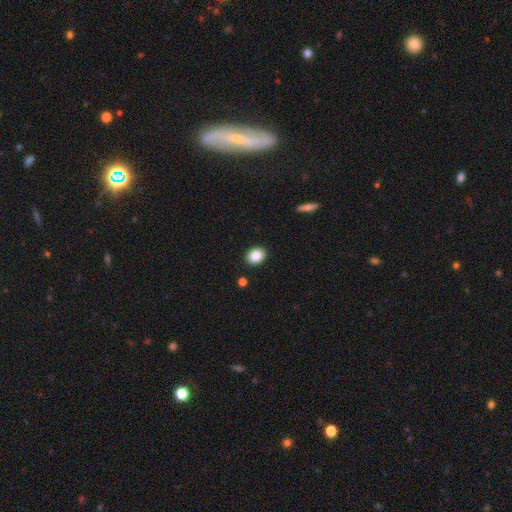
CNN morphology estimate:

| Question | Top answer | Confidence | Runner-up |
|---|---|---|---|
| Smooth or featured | smooth | 87% | star or artifact (8%) |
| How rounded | in between | 50% | round (49%) |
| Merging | none | 90% | minor disturbance (6%) |